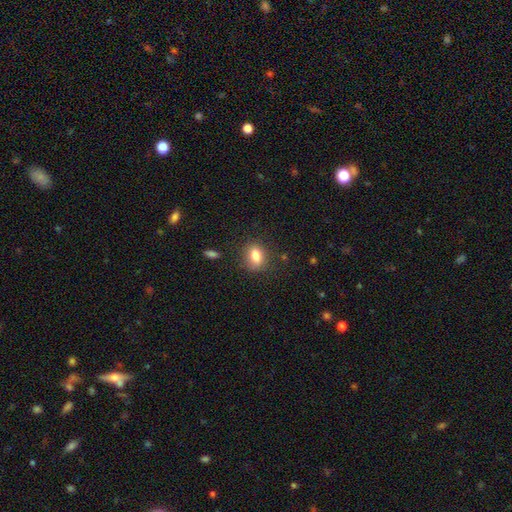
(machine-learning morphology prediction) Smooth or featured? Predicted: smooth (p=0.81). How rounded? Predicted: in between (p=0.67). Merging? Predicted: none (p=0.79).